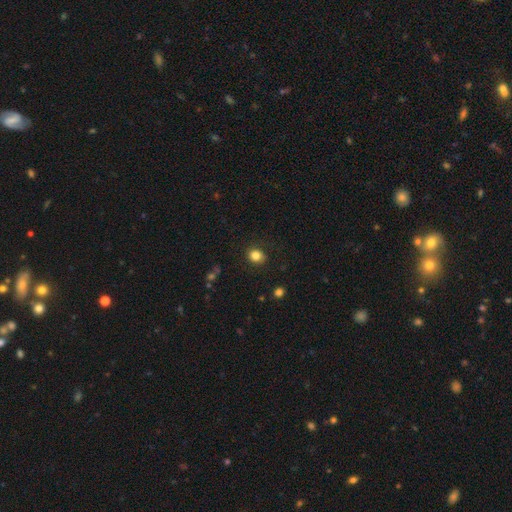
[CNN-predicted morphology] Smooth or featured? smooth (84%)
How rounded? round (74%)
Merging? none (87%)